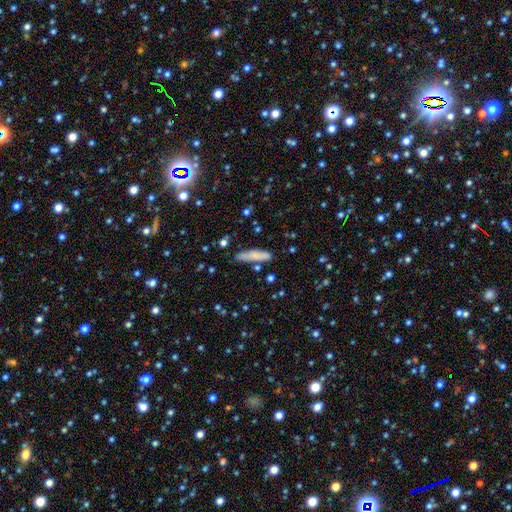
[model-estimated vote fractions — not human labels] Smooth or featured? smooth (78%)
How rounded? cigar-shaped (79%)
Merging? none (79%)